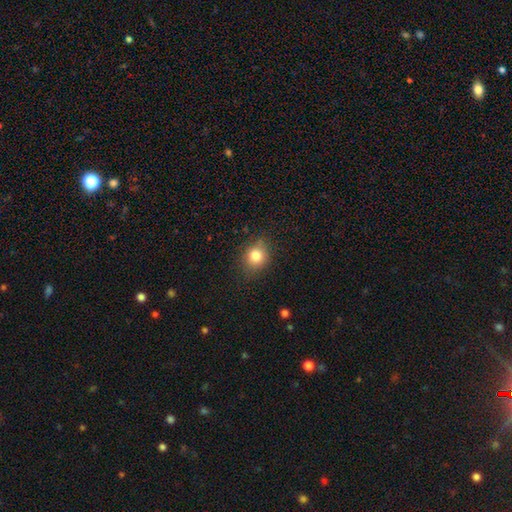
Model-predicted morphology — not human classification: This is clearly a smooth galaxy (81%). How rounded: possibly round (60%). Merging: likely none (78%).